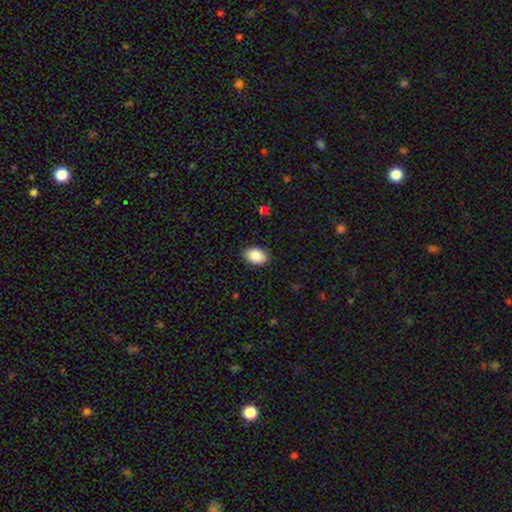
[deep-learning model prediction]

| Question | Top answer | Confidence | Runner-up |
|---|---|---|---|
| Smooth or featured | smooth | 89% | star or artifact (7%) |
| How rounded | in between | 85% | round (14%) |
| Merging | none | 86% | minor disturbance (10%) |